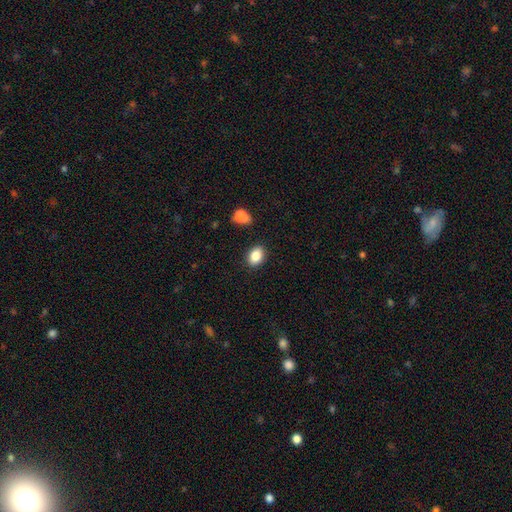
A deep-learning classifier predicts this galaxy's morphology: Overall: smooth (86%). How rounded: in between (79%). Merging: none (85%).